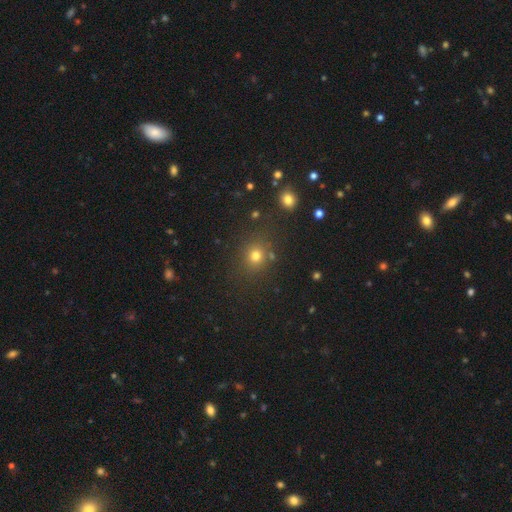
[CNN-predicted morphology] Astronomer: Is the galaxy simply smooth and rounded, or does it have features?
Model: smooth — 74%.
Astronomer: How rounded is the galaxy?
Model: round — 82%.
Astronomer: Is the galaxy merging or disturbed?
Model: none — 80%.